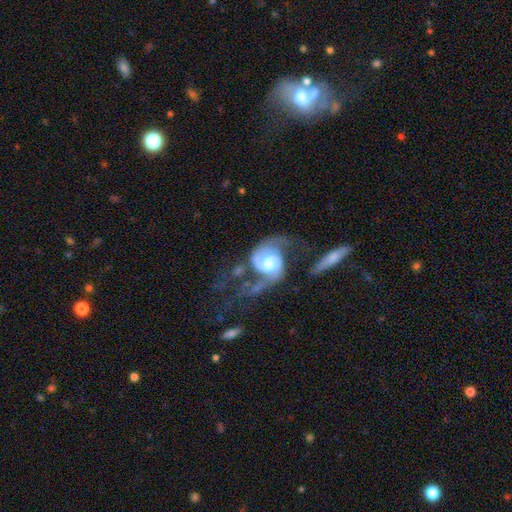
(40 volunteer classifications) This appears to be a featured or disk galaxy (92%) with no bar (70%), 2 (92%) medium (54%) spiral arms (100%) and a moderate central bulge (65%). Merging: none (41%).